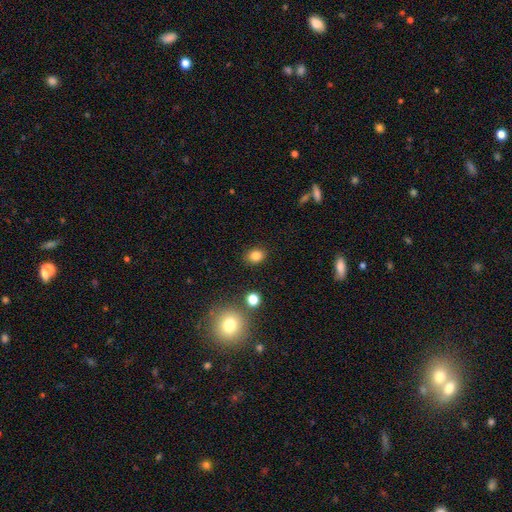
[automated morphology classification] The model was most divided on "how rounded": in between: 52%, round: 47%, cigar-shaped: 1%. More confident: merging — none (86%); smooth or featured — smooth (82%).